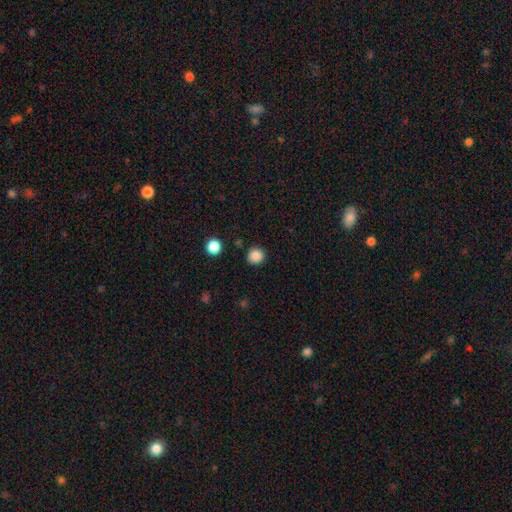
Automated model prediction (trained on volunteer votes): A smooth galaxy with no disk features (86%) that is round (91%).

Vote fractions:
- Smooth or featured? smooth: 86% / star or artifact: 11% / featured or disk: 3%
- How rounded? round: 91% / in between: 8% / cigar-shaped: 1%
- Merging? none: 88% / minor disturbance: 8% / major disturbance: 2% / merger: 2%